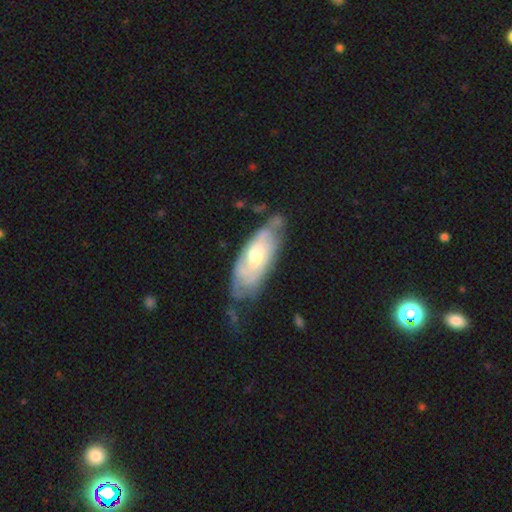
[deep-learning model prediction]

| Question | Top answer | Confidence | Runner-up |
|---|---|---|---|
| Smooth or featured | featured or disk | 68% | smooth (26%) |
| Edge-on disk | no | 85% | yes (15%) |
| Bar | no | 62% | weak (32%) |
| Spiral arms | yes | 79% | no (21%) |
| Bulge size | moderate | 65% | small (24%) |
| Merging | none | 51% | minor disturbance (32%) |